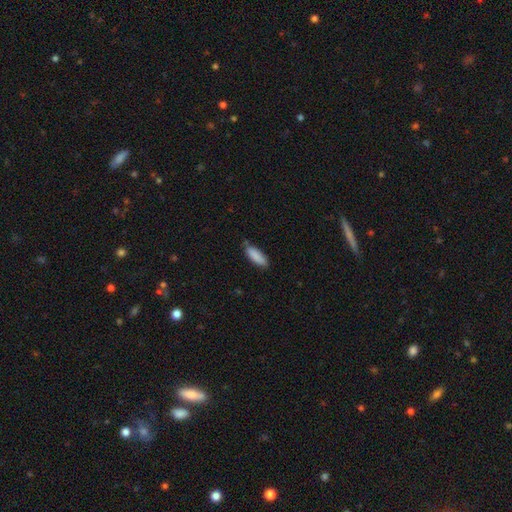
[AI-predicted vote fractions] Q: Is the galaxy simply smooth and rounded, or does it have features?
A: smooth — 88%.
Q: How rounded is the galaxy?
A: in between — 64%.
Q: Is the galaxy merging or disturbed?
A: none — 72%.